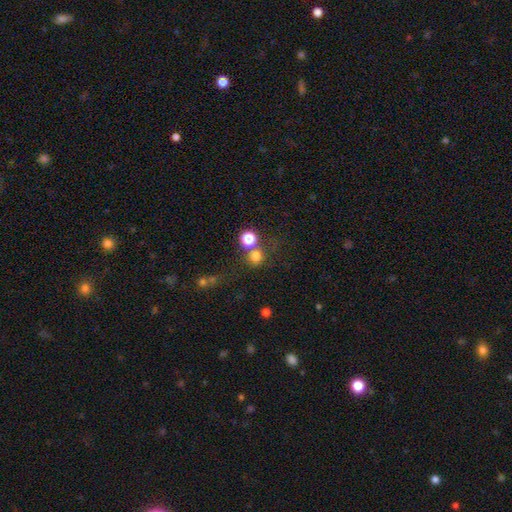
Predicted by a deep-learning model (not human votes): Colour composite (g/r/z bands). It shows a smooth galaxy with no disk features (73%) that is round (87%). Merging: none (62%).